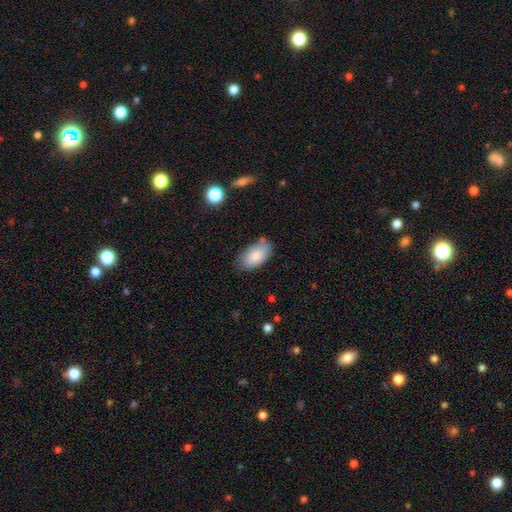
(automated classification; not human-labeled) Q: Smooth or featured?
A: smooth (85%); runner-up: featured or disk (9%)
Q: How rounded?
A: in between (95%); runner-up: round (3%)
Q: Merging?
A: none (72%); runner-up: minor disturbance (21%)